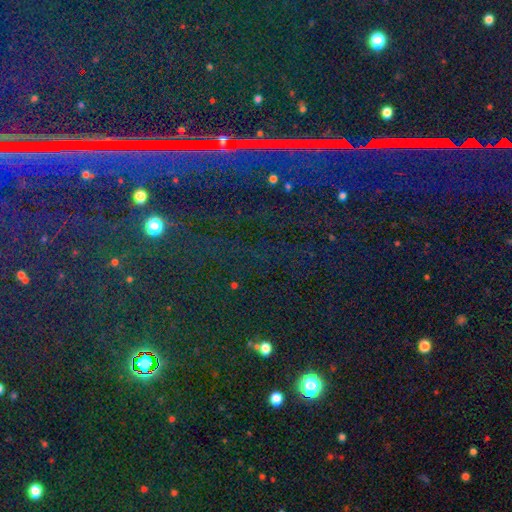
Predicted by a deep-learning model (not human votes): star or artifact 84%, smooth 9%, featured or disk 7%.